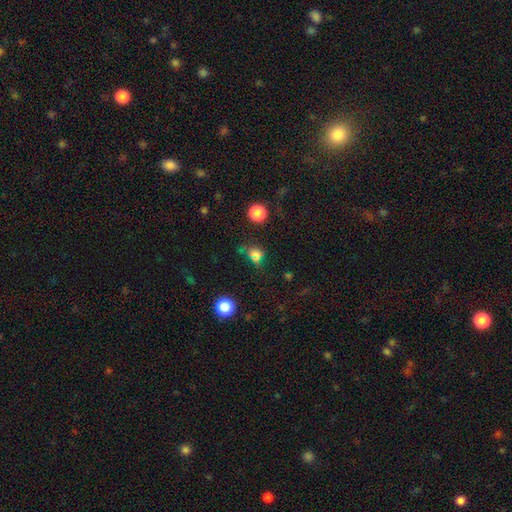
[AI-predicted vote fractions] A smooth galaxy with no disk features (64%) that is round (59%). Merging: none (50%).